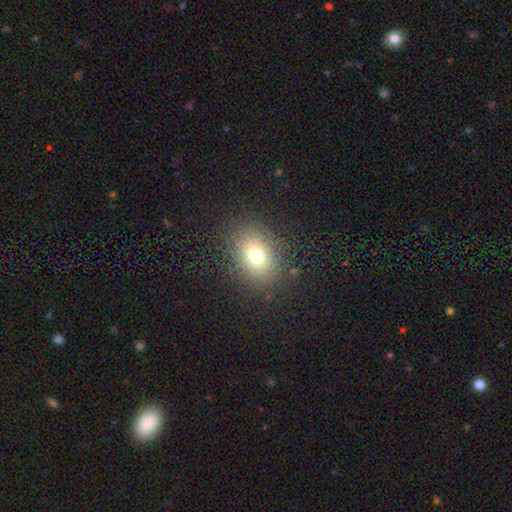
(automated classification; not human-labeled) smooth_or_featured: smooth (p=0.71) [alt: star or artifact p=0.16]
how_rounded: in between (p=0.54) [alt: round p=0.44]
merging: none (p=0.84) [alt: minor disturbance p=0.09]